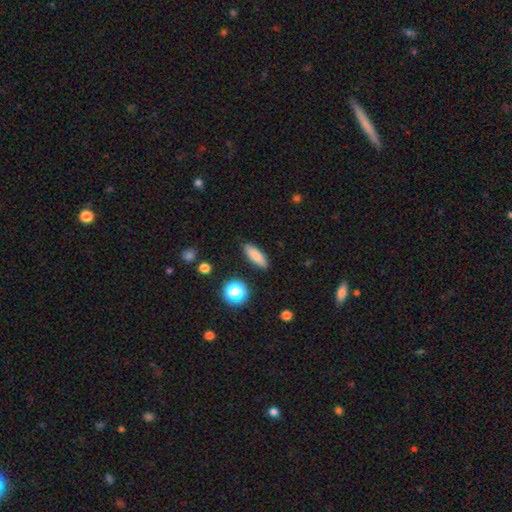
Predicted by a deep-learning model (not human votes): This appears to be a smooth galaxy with no disk features (82%) that is in between round and cigar-shaped (55%). Merging: none (88%).